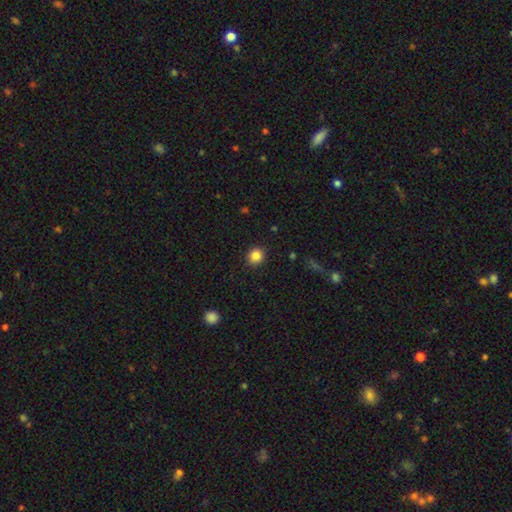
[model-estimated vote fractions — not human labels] Morphology: type=smooth (85%); roundness=round (78%); merging=none (90%).